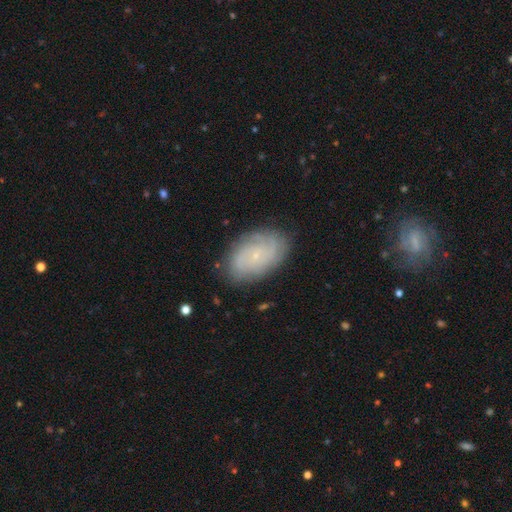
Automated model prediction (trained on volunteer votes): smooth-or-featured: featured or disk: 67% | smooth: 26% | star or artifact: 8%
  disk-edge-on: no: 96% | yes: 4%
    bar: no: 79% | weak: 19% | strong: 3%
    has-spiral-arms: yes: 89% | no: 11%
      spiral-winding: tight: 64% | medium: 27% | loose: 9%
      spiral-arm-count: can't tell: 46% | 2: 19% | 3: 14% | 4: 10% | more than 4: 6% | 1: 5%
    bulge-size: small: 86% | moderate: 8% | none: 4% | large: 1% | dominant: 1%
  merging: none: 80% | minor disturbance: 15% | major disturbance: 4% | merger: 1%